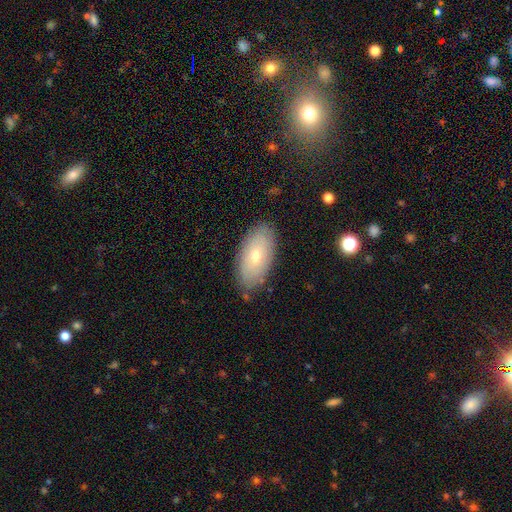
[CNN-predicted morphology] Smooth or featured? smooth (62%)
How rounded? in between (93%)
Merging? none (83%)